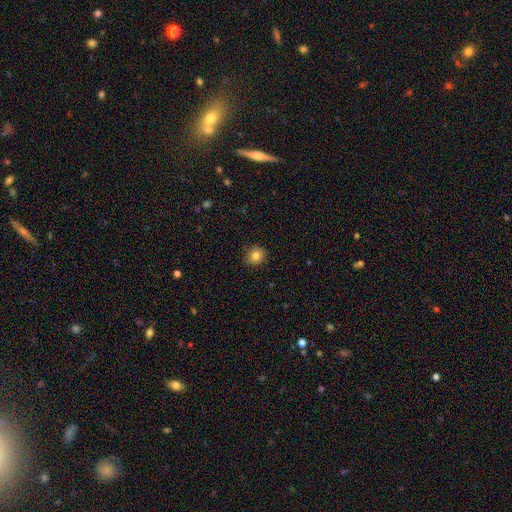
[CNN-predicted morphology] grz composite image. It shows a smooth galaxy with no disk features (82%) that is round (67%). Merging: none (87%).